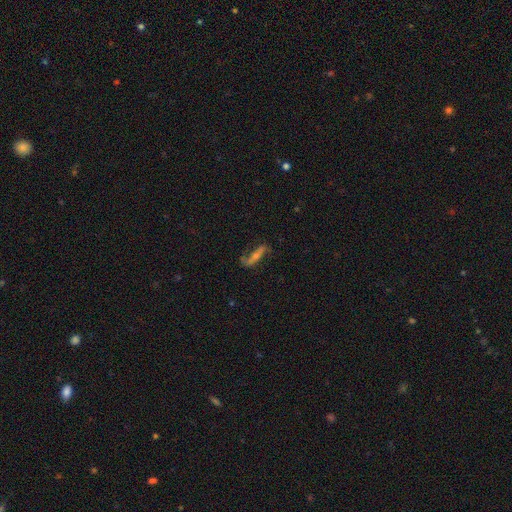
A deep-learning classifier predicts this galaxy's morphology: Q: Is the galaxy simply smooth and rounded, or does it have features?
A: featured or disk — 77%.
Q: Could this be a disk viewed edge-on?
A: no — 77%.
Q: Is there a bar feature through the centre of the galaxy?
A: no — 37%.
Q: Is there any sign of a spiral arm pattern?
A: yes — 91%.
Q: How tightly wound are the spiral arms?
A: loose — 69%.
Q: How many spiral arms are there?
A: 2 — 88%.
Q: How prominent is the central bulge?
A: small — 51%.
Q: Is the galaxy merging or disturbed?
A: none — 69%.